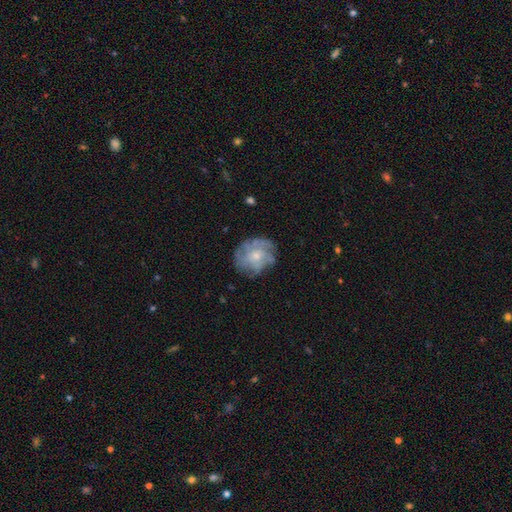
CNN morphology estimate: Overall: featured or disk (62%; smooth 30%). Edge-on disk: no (98%). Bar: no (84%). Spiral arms: yes (64%; no 36%). Bulge size: small (56%; moderate 38%). Merging: none (67%).